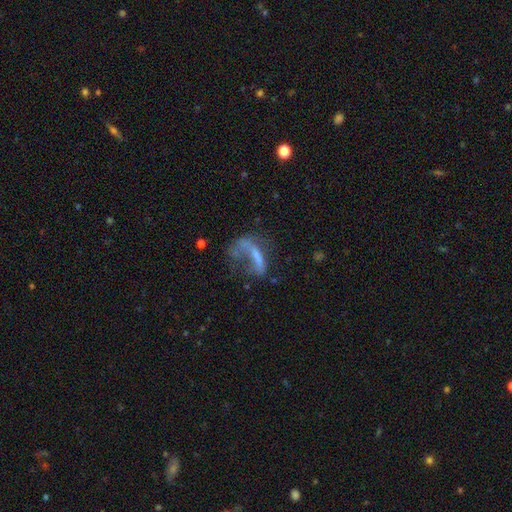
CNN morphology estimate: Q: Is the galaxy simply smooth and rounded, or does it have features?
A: featured or disk — 46%.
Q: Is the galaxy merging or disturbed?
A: major disturbance — 52%.